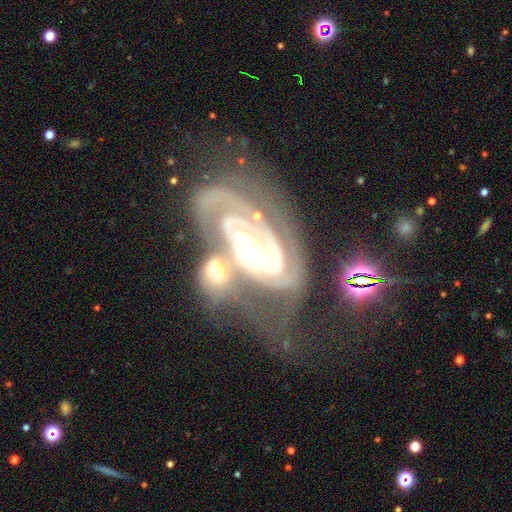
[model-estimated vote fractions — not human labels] A featured or disk galaxy (87%) with no bar (51%), 2 (46%) tight (62%) spiral arms (94%) and a moderate central bulge (57%). Merging: merger (47%).